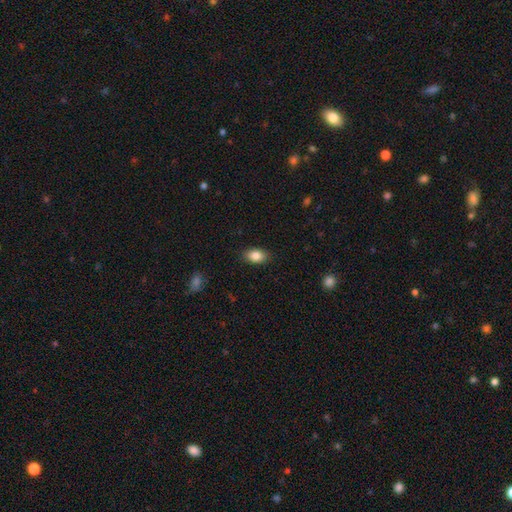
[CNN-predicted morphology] Overall: smooth (86%). How rounded: in between (86%). Merging: none (87%).